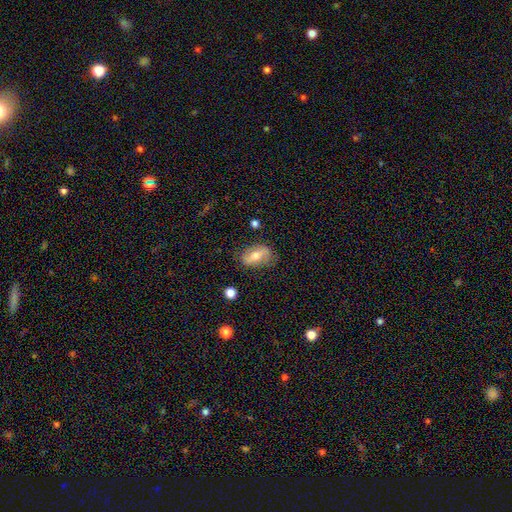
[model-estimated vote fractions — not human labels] Morphology: type=smooth (50%); merging=none (74%).